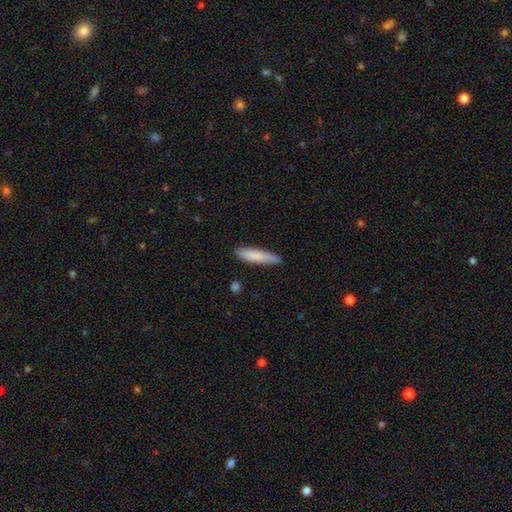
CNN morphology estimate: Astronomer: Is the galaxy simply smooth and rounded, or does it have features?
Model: smooth — 81%.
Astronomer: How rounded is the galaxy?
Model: cigar-shaped — 84%.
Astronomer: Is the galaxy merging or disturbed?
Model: none — 83%.